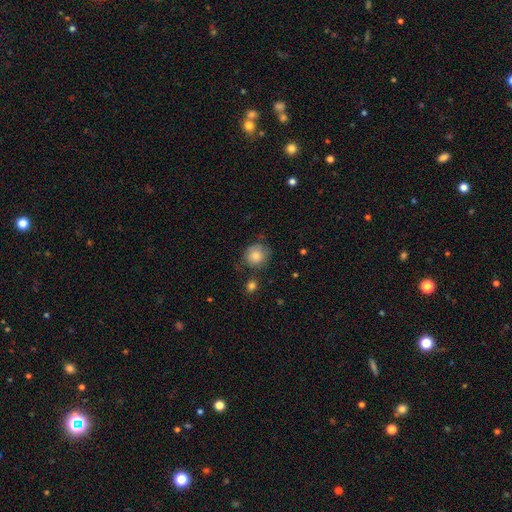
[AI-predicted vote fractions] Smooth or featured: smooth — 80% (featured or disk — 12%)
How rounded: round — 84% (in between — 15%)
Merging: none — 66% (minor disturbance — 23%)